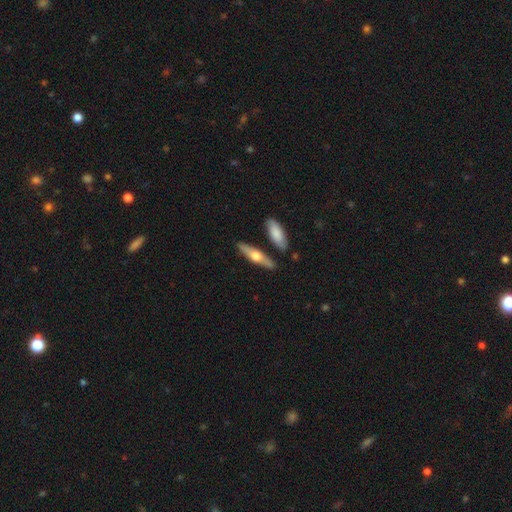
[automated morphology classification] featured or disk 51%, smooth 43%, star or artifact 5%. Down the decision tree: edge-on disk — yes (90%); merging — none (81%).